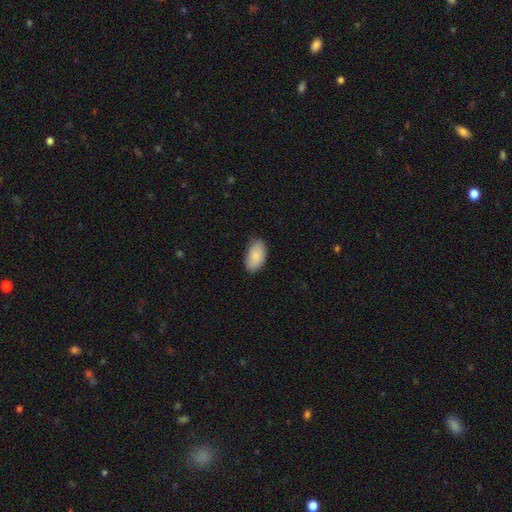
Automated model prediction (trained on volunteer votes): Smooth or featured: smooth — 86% (featured or disk — 8%)
How rounded: in between — 94% (round — 4%)
Merging: none — 80% (minor disturbance — 16%)